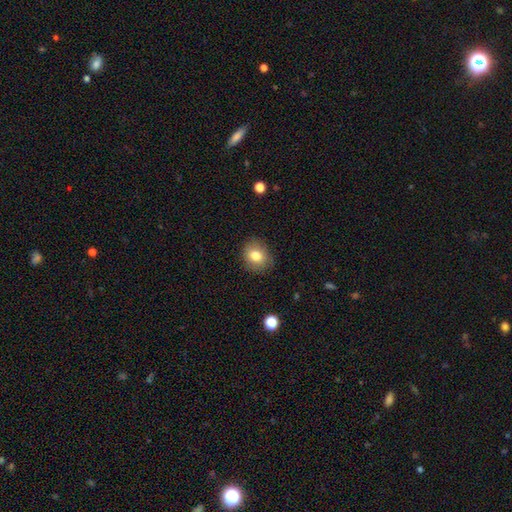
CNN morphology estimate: A smooth galaxy with no disk features (79%) that is round (68%).

Vote fractions:
- Smooth or featured? smooth: 79% / featured or disk: 11% / star or artifact: 10%
- How rounded? round: 68% / in between: 31% / cigar-shaped: 1%
- Merging? none: 84% / minor disturbance: 12% / major disturbance: 3% / merger: 1%